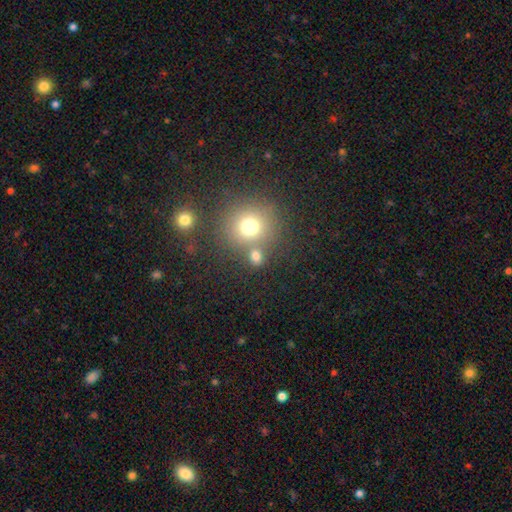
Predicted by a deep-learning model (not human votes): Smooth or featured? Predicted: smooth (p=0.74). How rounded? Predicted: round (p=0.75). Merging? Predicted: none (p=0.64).